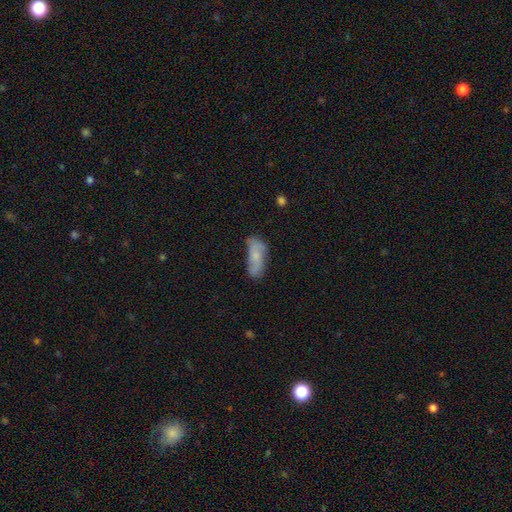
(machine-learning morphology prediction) Q: Smooth or featured?
A: smooth (61%); runner-up: featured or disk (31%)
Q: How rounded?
A: in between (75%); runner-up: cigar-shaped (23%)
Q: Merging?
A: none (55%); runner-up: minor disturbance (29%)